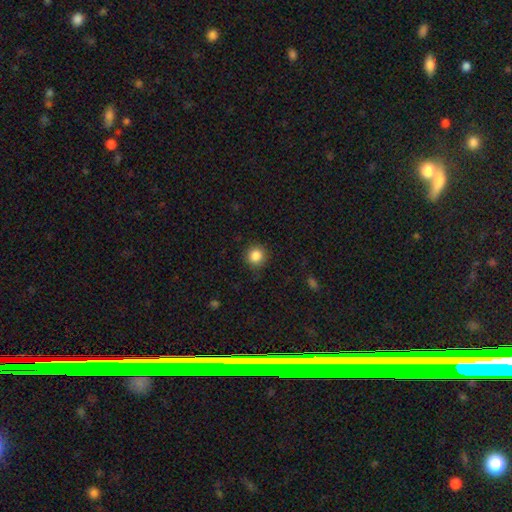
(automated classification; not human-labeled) Smooth or featured? Predicted: smooth (p=0.86). How rounded? Predicted: round (p=0.92). Merging? Predicted: none (p=0.87).